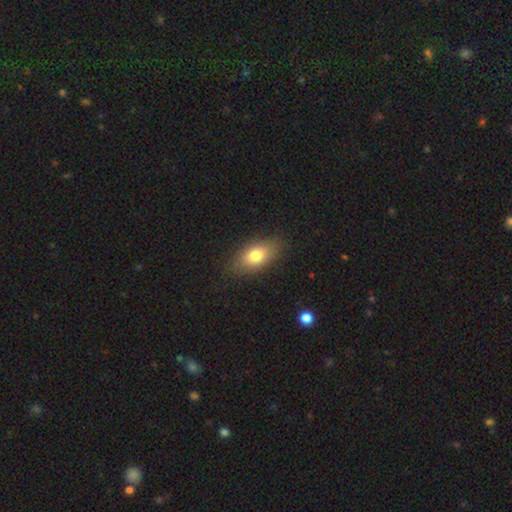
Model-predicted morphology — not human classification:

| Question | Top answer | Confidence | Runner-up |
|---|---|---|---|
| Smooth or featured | smooth | 78% | featured or disk (14%) |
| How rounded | in between | 87% | round (8%) |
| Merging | none | 82% | minor disturbance (13%) |